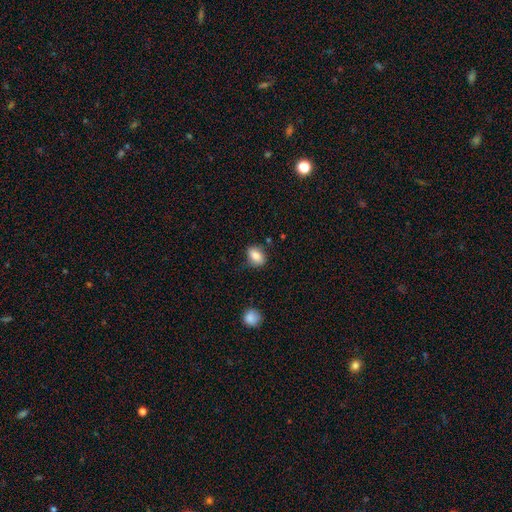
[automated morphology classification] smooth 85%, star or artifact 8%, featured or disk 7%. Down the decision tree: how rounded — in between (77%); merging — none (78%).